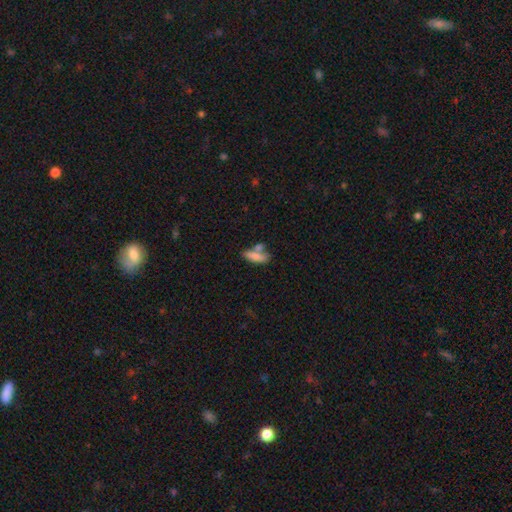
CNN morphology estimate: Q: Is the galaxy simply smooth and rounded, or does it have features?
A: smooth — 77%.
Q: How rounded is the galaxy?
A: in between — 57%.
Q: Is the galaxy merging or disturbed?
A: none — 46%.